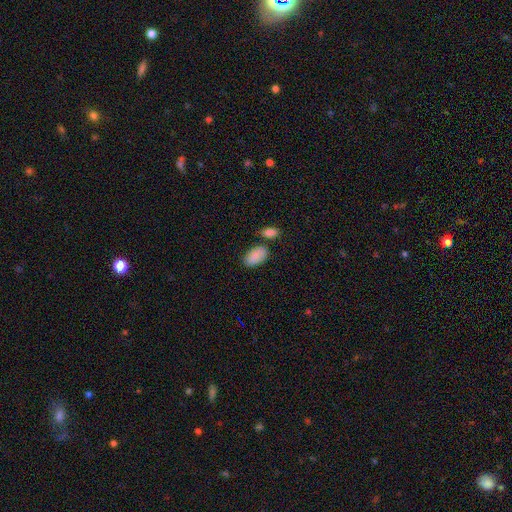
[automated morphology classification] Smooth or featured? smooth (88%)
How rounded? in between (95%)
Merging? none (66%)